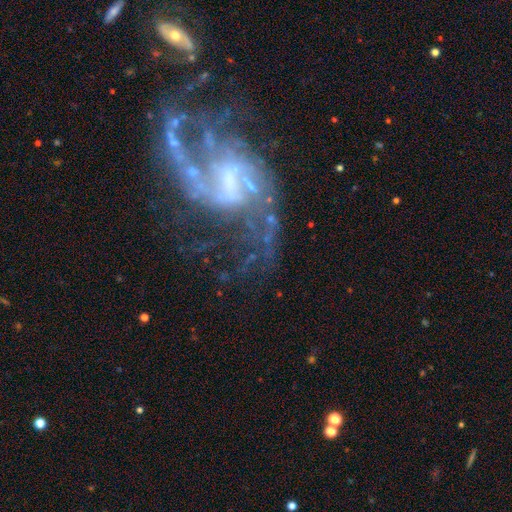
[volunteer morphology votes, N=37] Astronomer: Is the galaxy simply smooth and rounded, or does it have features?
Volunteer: featured or disk — 89%.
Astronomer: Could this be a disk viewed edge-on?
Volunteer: no — 100%.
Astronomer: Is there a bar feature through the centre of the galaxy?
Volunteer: weak — 64%.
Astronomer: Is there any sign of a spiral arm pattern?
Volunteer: yes — 100%.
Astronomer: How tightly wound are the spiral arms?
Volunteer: medium — 58%.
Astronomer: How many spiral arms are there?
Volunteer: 2 — 61%.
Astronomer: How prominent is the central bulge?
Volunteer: small — 48% (runner-up: moderate, 30%).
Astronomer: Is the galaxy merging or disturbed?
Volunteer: none — 57%.